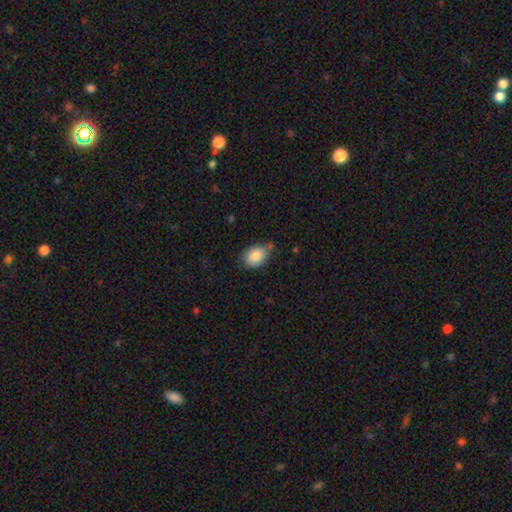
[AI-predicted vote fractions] Morphology: type=smooth (84%); roundness=in between (79%); merging=none (53%).